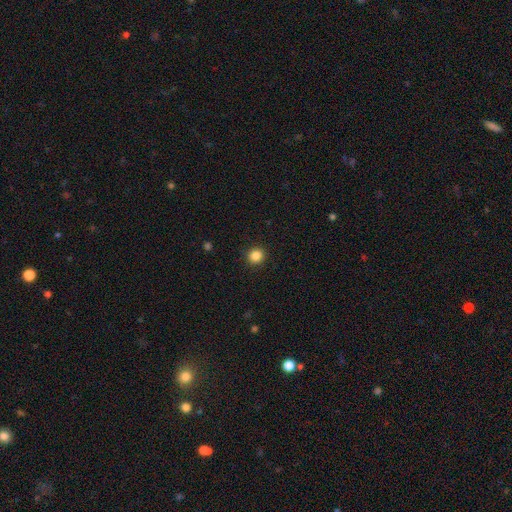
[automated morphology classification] This is clearly a smooth galaxy (85%). How rounded: clearly round (90%). Merging: clearly none (92%).